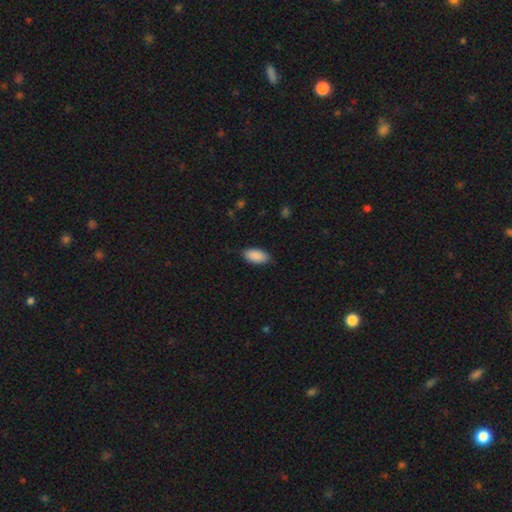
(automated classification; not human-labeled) This is clearly a smooth galaxy (90%). How rounded: clearly in between (94%). Merging: clearly none (83%).